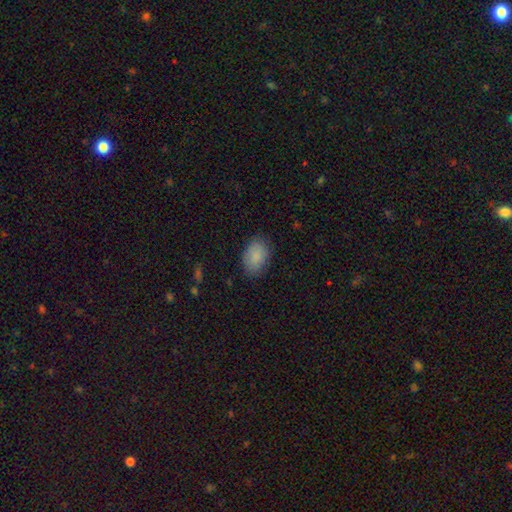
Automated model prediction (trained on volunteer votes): A smooth galaxy with no disk features (87%) that is in between round and cigar-shaped (86%). Merging: none (82%).